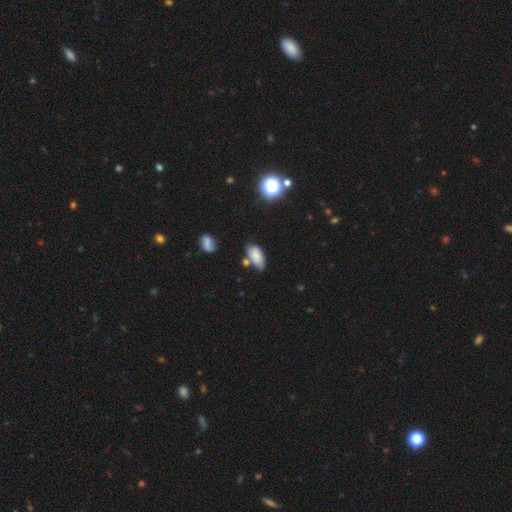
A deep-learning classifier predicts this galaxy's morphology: A smooth galaxy with no disk features (78%) that is in between round and cigar-shaped (92%). Merging: none (56%).